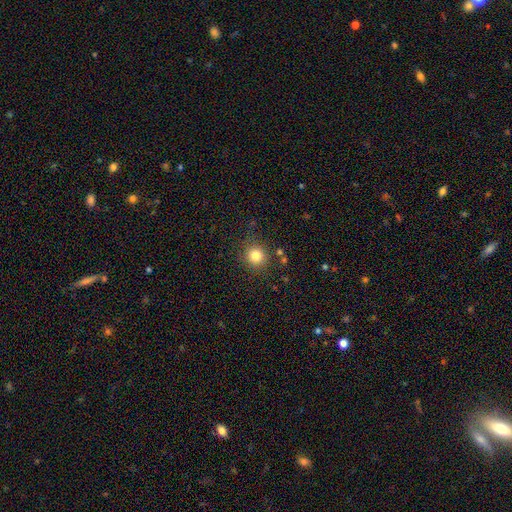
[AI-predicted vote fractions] Q: Smooth or featured?
A: smooth (82%); runner-up: star or artifact (12%)
Q: How rounded?
A: round (91%); runner-up: in between (8%)
Q: Merging?
A: none (85%); runner-up: minor disturbance (9%)